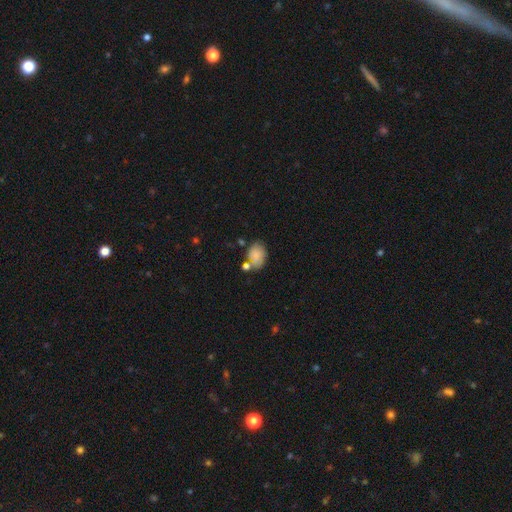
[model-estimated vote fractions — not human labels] Morphology: type=smooth (80%); roundness=in between (75%); merging=none (55%).